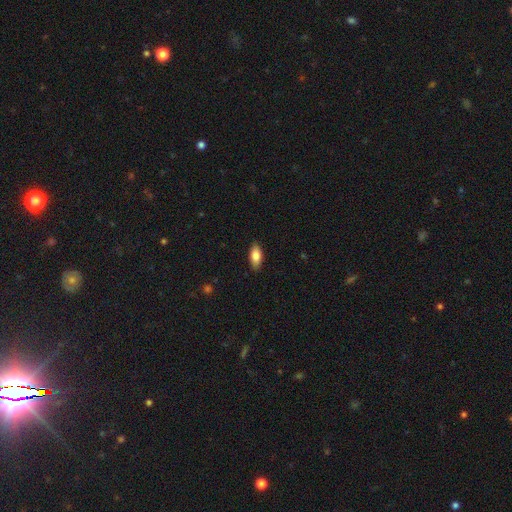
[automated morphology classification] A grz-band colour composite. It shows a smooth galaxy with no disk features (82%) that is in between round and cigar-shaped (86%). Merging: none (88%).